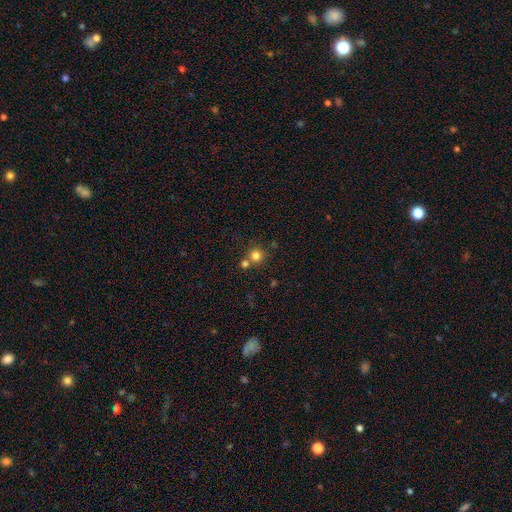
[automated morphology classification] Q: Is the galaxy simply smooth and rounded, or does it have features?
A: smooth — 80%.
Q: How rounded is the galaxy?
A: round — 92%.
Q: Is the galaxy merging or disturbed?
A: none — 63%.